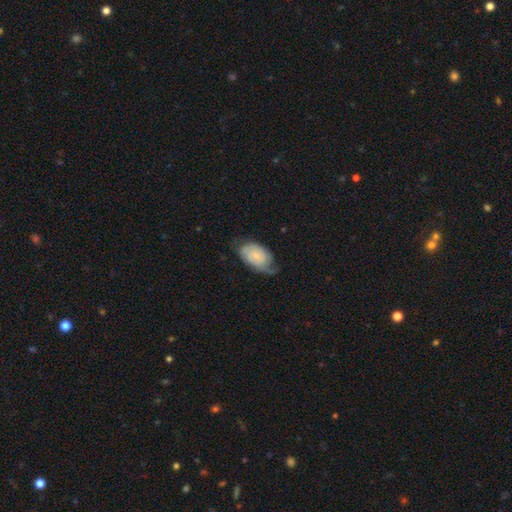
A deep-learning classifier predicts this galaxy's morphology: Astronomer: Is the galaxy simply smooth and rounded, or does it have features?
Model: featured or disk — 57% (runner-up: smooth, 36%).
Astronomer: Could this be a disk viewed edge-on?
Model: no — 96%.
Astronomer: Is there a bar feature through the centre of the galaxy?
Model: no — 73%.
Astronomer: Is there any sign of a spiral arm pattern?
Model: yes — 86%.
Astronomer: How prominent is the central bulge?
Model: small — 68%.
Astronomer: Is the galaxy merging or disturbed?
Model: none — 48% (runner-up: minor disturbance, 33%).